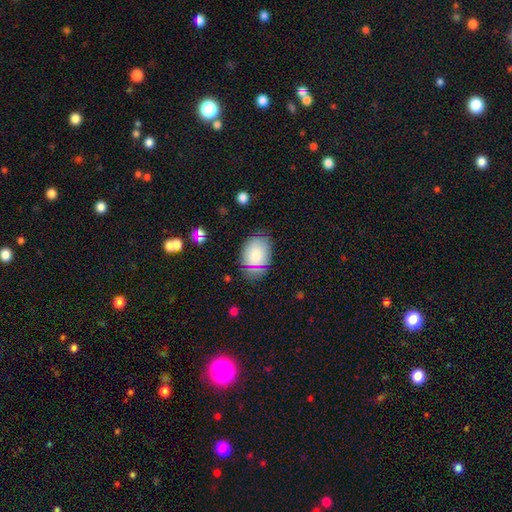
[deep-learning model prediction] Morphology: type=smooth (80%); roundness=in between (80%); merging=none (76%).